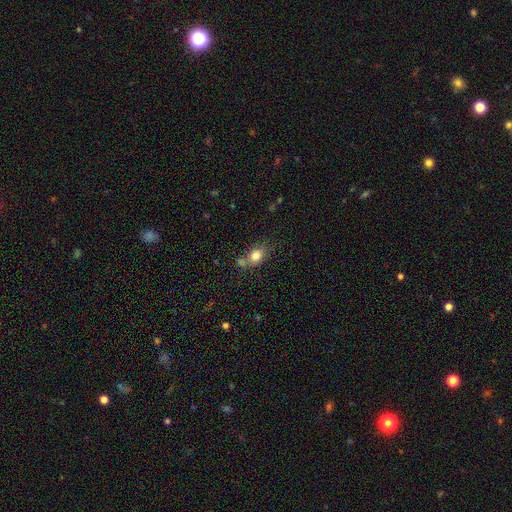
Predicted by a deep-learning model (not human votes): Smooth or featured? smooth (80%)
How rounded? in between (59%)
Merging? none (50%)